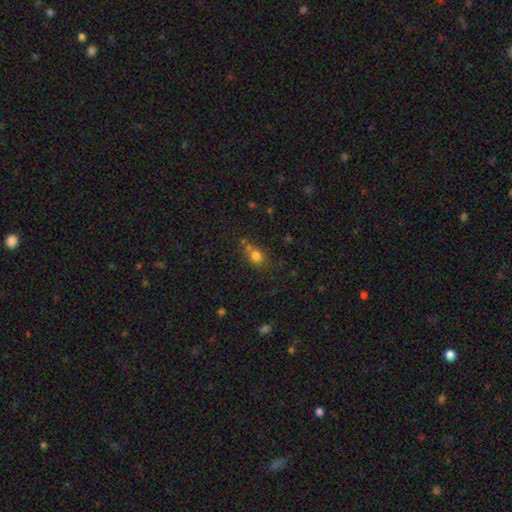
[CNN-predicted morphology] smooth 76%, star or artifact 14%, featured or disk 10%. Down the decision tree: how rounded — round (56%); merging — none (53%).